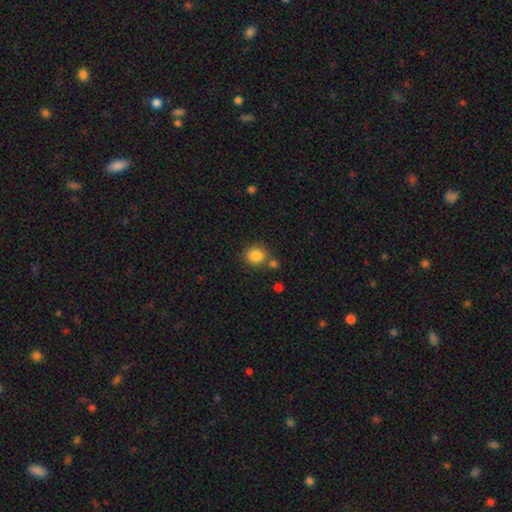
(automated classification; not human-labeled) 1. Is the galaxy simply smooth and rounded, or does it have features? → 86% smooth, 9% star or artifact, 5% featured or disk.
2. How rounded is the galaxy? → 77% round, 22% in between, 1% cigar-shaped.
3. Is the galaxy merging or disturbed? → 69% none, 15% merger, 12% minor disturbance, 4% major disturbance.